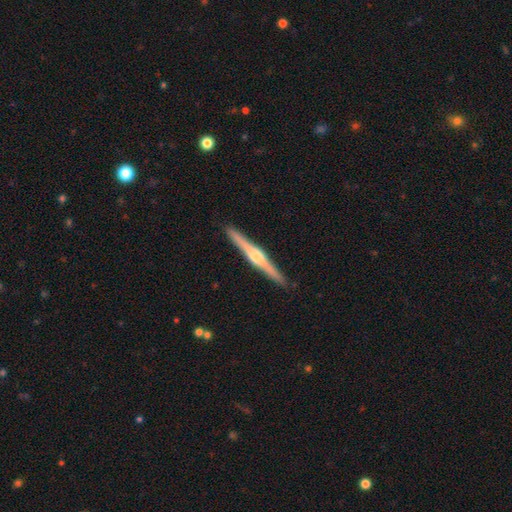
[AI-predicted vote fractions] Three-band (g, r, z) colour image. It shows a featured or disk galaxy (78%) viewed edge-on (99%) with a rounded central bulge (87%). Merging: none (92%).